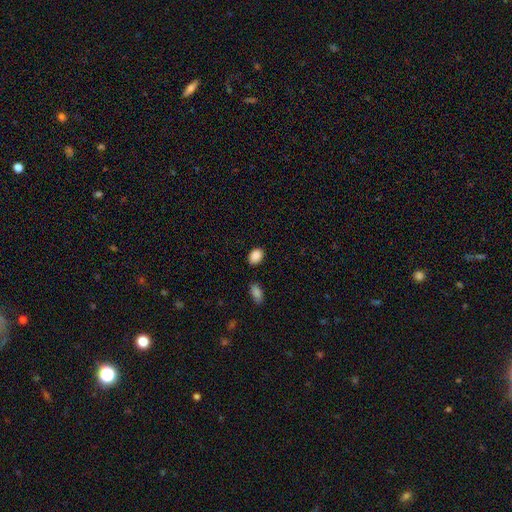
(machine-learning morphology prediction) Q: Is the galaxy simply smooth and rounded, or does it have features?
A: smooth — 89%.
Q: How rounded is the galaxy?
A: in between — 77%.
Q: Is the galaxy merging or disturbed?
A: none — 82%.